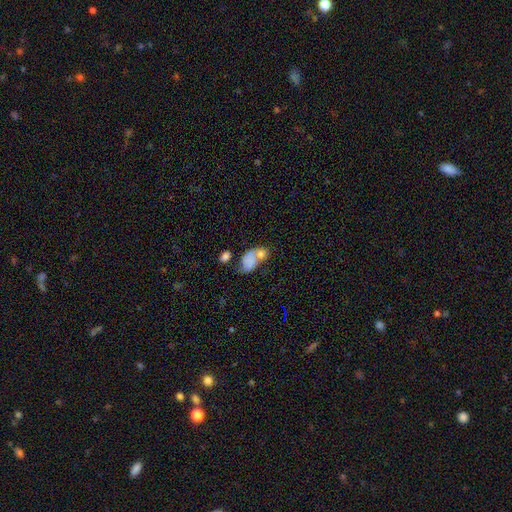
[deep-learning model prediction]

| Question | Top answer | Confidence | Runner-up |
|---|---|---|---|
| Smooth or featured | smooth | 66% | featured or disk (22%) |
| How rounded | in between | 81% | round (17%) |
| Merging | merger | 45% | none (28%) |